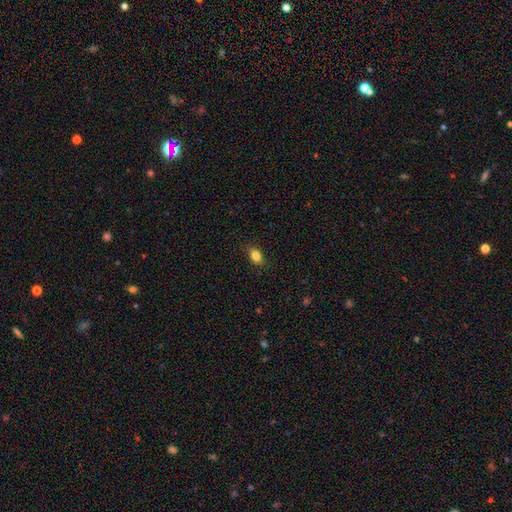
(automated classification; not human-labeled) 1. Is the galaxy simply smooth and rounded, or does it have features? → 83% smooth, 9% star or artifact, 8% featured or disk.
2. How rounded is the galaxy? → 81% in between, 16% round, 3% cigar-shaped.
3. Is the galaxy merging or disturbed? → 87% none, 10% minor disturbance, 2% major disturbance, 1% merger.